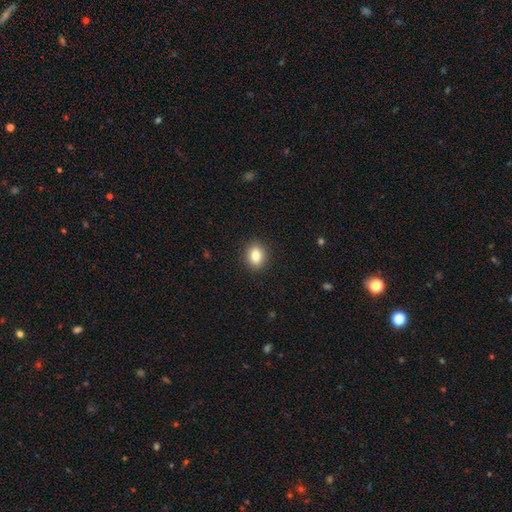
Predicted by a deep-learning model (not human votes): Q: Smooth or featured?
A: smooth (84%); runner-up: star or artifact (9%)
Q: How rounded?
A: round (52%); runner-up: in between (47%)
Q: Merging?
A: none (90%); runner-up: minor disturbance (7%)